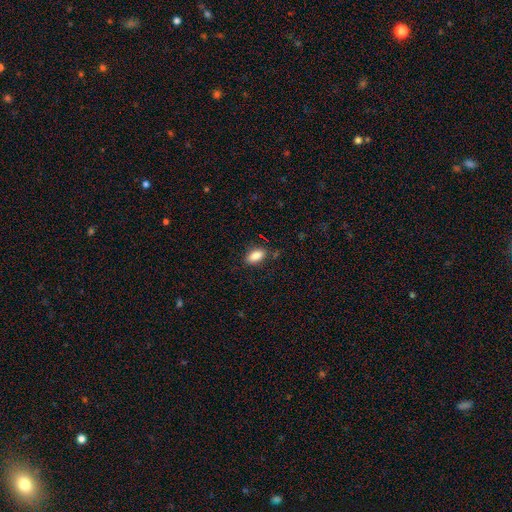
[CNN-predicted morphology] The model was most divided on "merging": none: 81%, minor disturbance: 13%, major disturbance: 3%, merger: 2%. More confident: how rounded — in between (91%); smooth or featured — smooth (87%).